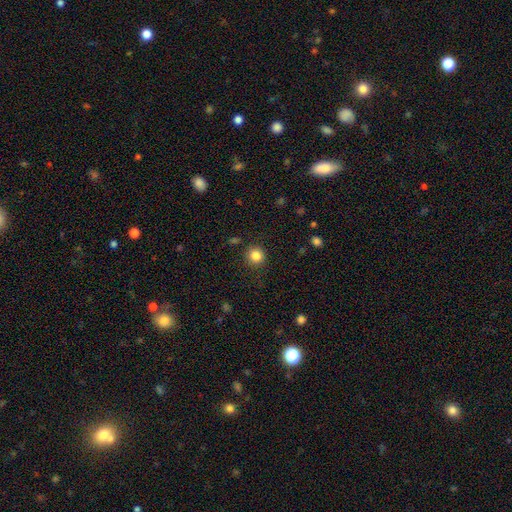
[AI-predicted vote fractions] smooth 84%, star or artifact 11%, featured or disk 5%. Down the decision tree: how rounded — round (91%); merging — none (88%).